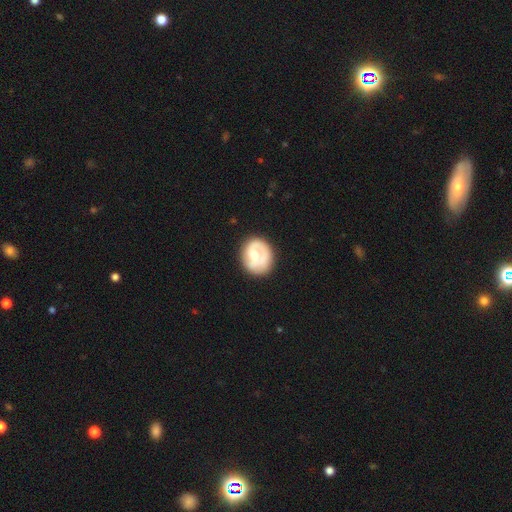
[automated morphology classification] Smooth or featured? Predicted: featured or disk (p=0.50). Merging? Predicted: none (p=0.70).